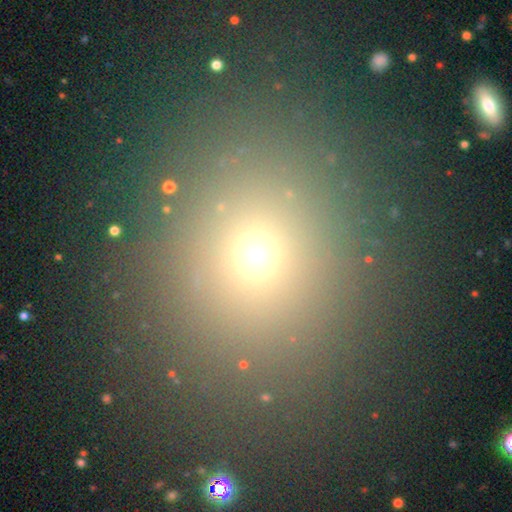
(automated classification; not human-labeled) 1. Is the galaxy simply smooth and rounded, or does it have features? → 66% smooth, 25% star or artifact, 9% featured or disk.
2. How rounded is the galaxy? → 74% round, 25% in between, 1% cigar-shaped.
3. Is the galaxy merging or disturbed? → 84% none, 8% minor disturbance, 5% major disturbance, 3% merger.